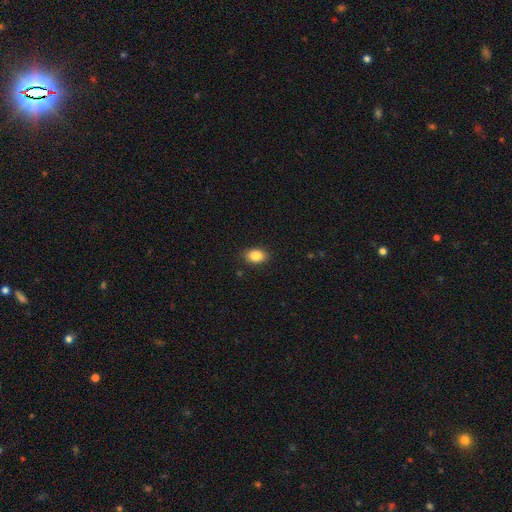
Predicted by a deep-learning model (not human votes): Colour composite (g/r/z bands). It shows a smooth galaxy with no disk features (88%) that is in between round and cigar-shaped (82%). Merging: none (87%).